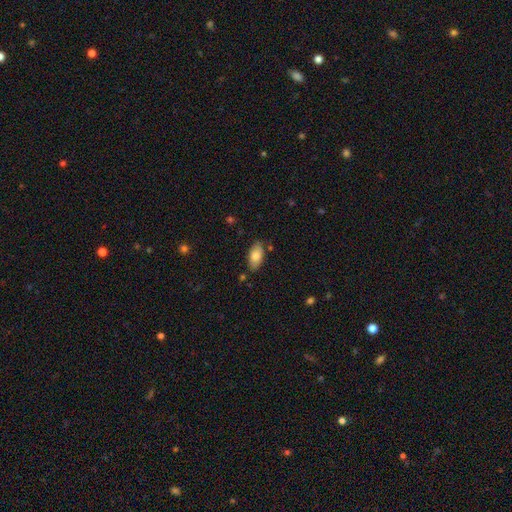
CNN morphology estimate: This is clearly a smooth galaxy (80%). How rounded: clearly in between (92%). Merging: likely none (80%).